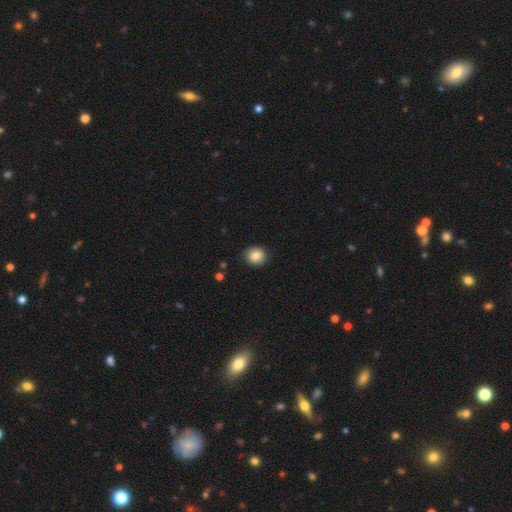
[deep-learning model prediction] Morphology: type=smooth (84%); roundness=round (80%); merging=none (88%).